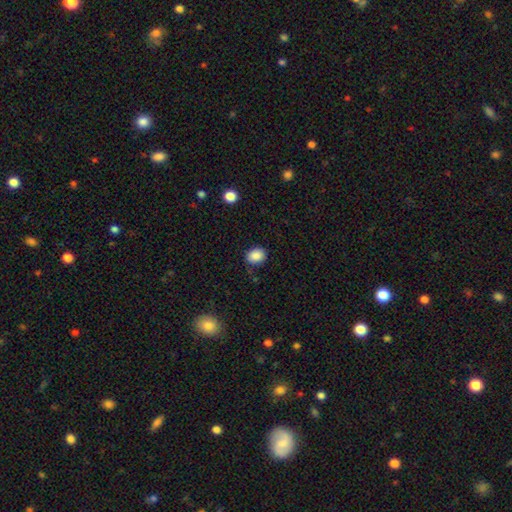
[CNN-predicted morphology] type=smooth (88%); roundness=in between (50%); merging=none (81%).